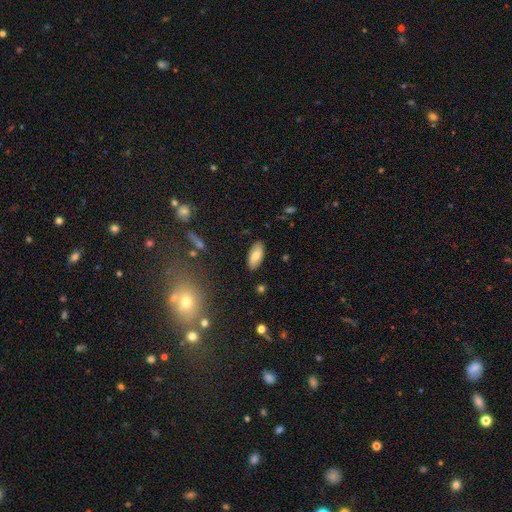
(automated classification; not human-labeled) Smooth or featured?
  - smooth: 76% *
  - featured or disk: 17%
  - star or artifact: 8%
How rounded?
  - in between: 91% *
  - cigar-shaped: 7%
  - round: 2%
Merging?
  - none: 86% *
  - minor disturbance: 10%
  - major disturbance: 2%
  - merger: 1%